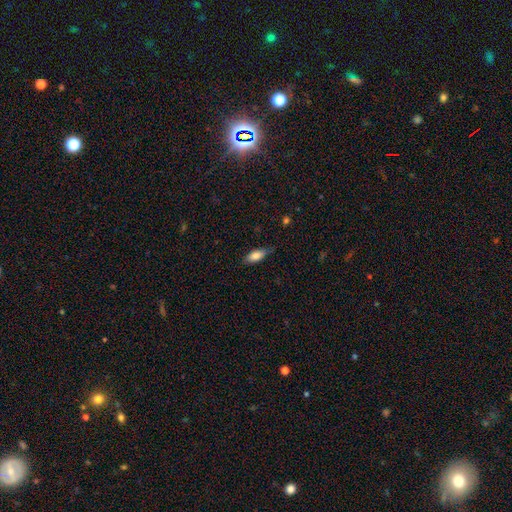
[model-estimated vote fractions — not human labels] Smooth or featured?
  - smooth: 80% *
  - featured or disk: 13%
  - star or artifact: 7%
How rounded?
  - in between: 77% *
  - cigar-shaped: 21%
  - round: 2%
Merging?
  - none: 70% *
  - minor disturbance: 24%
  - major disturbance: 5%
  - merger: 1%